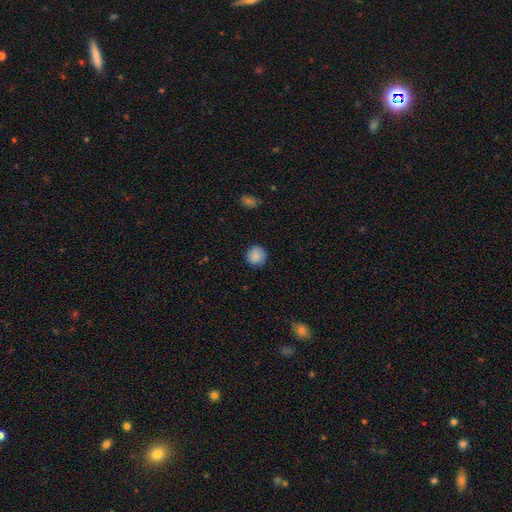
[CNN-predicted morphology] Overall: smooth (86%). How rounded: round (91%). Merging: none (86%).